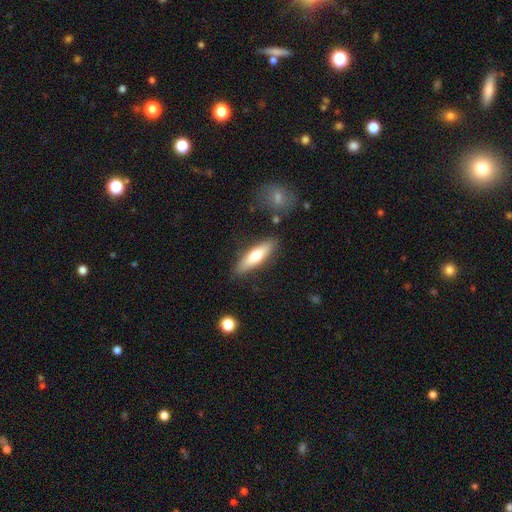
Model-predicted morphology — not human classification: The model was most divided on "smooth or featured": smooth: 61%, featured or disk: 33%, star or artifact: 6%. More confident: merging — none (83%); how rounded — cigar-shaped (67%).